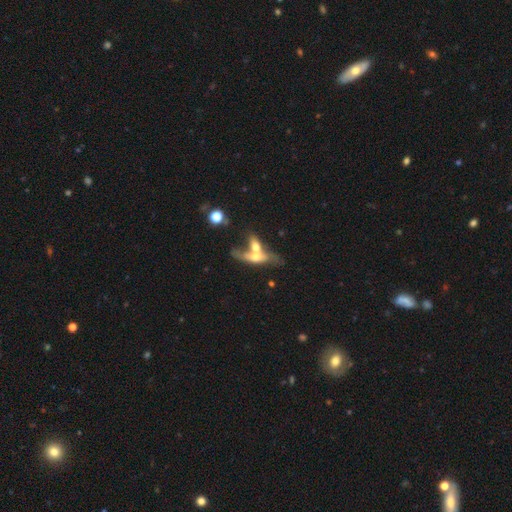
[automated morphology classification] A featured or disk galaxy (52%). Merging: merger (64%).